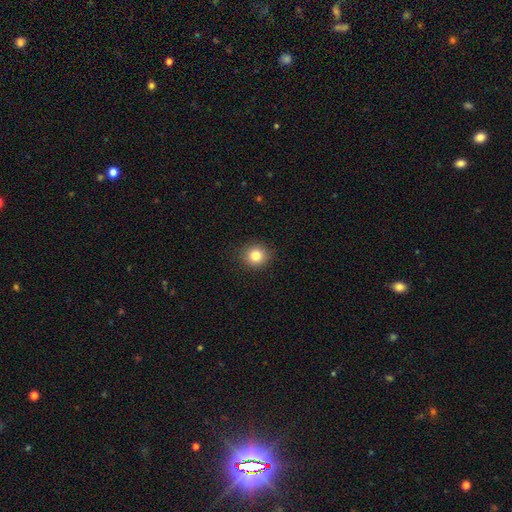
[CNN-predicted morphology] This appears to be a smooth galaxy with no disk features (82%) that is round (89%). Merging: none (91%).